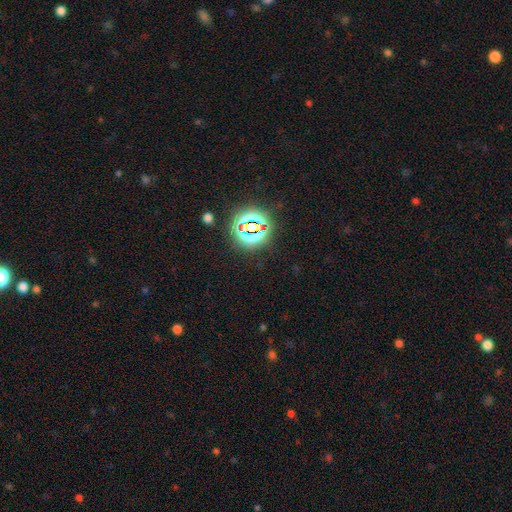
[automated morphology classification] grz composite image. It shows a star or artifact, not a galaxy (78%).